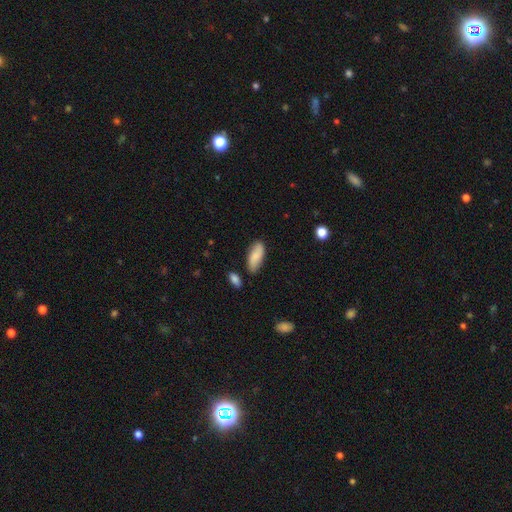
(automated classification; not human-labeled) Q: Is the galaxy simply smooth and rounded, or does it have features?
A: smooth — 79%.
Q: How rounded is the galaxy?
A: in between — 82%.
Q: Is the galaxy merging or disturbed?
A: none — 78%.